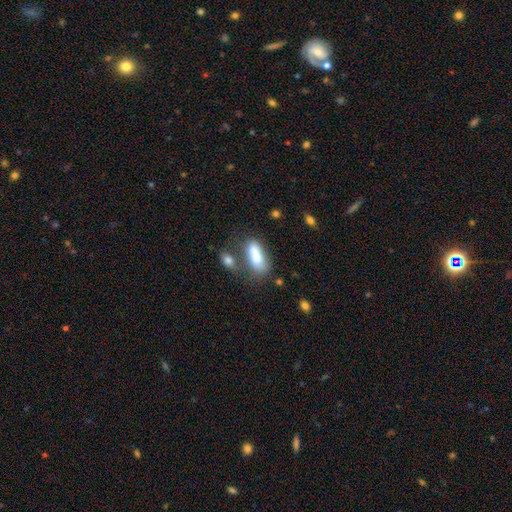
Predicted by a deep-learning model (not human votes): Overall: smooth (76%). How rounded: in between (80%). Merging: none (35%; merger 33%).